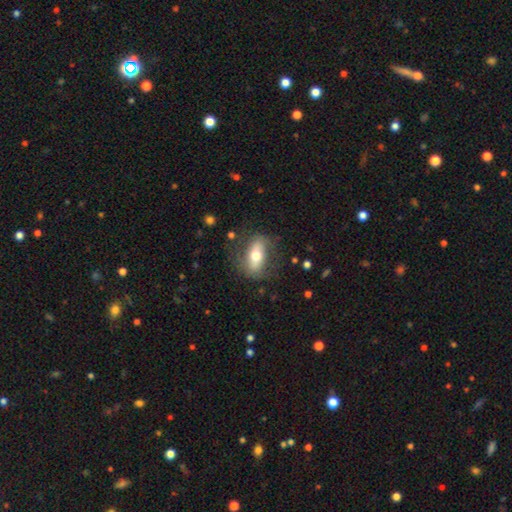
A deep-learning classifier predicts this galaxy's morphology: Overall: smooth (52%; featured or disk 41%). How rounded: in between (78%). Merging: none (73%).